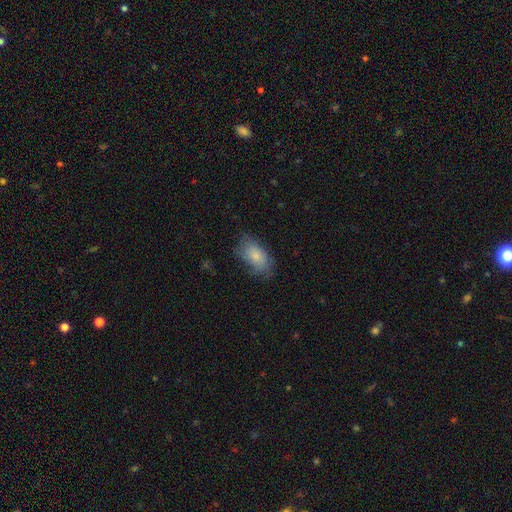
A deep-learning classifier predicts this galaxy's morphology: smooth-or-featured: smooth: 75% | featured or disk: 18% | star or artifact: 7%
  how-rounded: in between: 92% | round: 5% | cigar-shaped: 3%
  merging: none: 62% | minor disturbance: 27% | major disturbance: 10% | merger: 1%